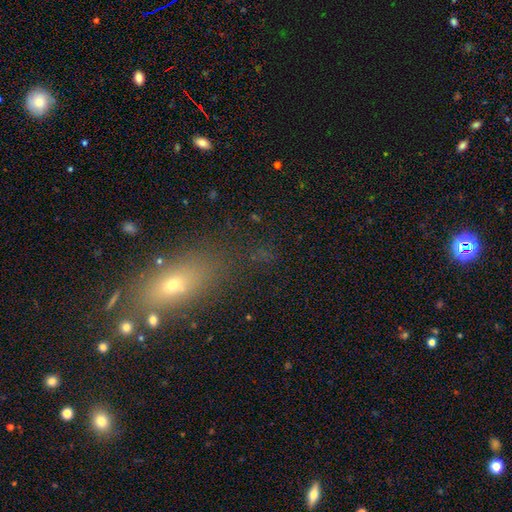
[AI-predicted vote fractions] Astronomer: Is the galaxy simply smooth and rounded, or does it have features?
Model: smooth — 53% (runner-up: star or artifact, 28%).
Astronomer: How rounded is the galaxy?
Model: in between — 65%.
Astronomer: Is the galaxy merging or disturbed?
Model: none — 76%.